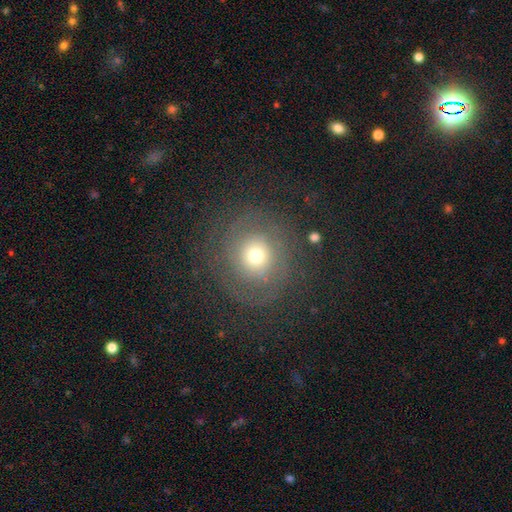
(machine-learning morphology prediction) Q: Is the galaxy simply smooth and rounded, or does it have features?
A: featured or disk — 43%.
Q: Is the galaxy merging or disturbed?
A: none — 77%.